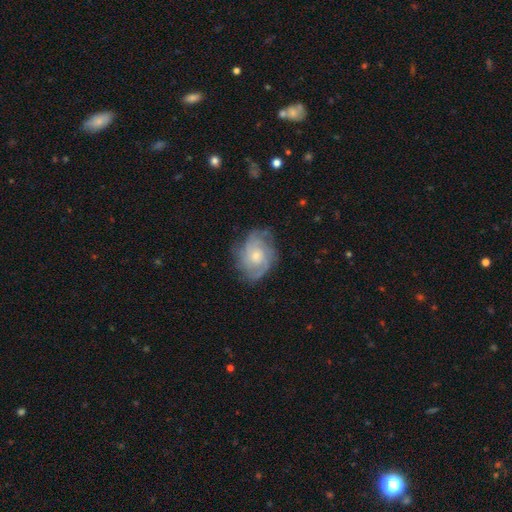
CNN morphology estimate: This is likely a featured or disk galaxy (80%). It is clearly not viewed edge-on (98%). Bar: likely no (76%). Spiral arm pattern: clearly yes (94%). Spiral arm count: marginally can't tell (28%). Spiral winding: possibly tight (54%). Central bulge: likely small (60%). Merging: likely none (70%).